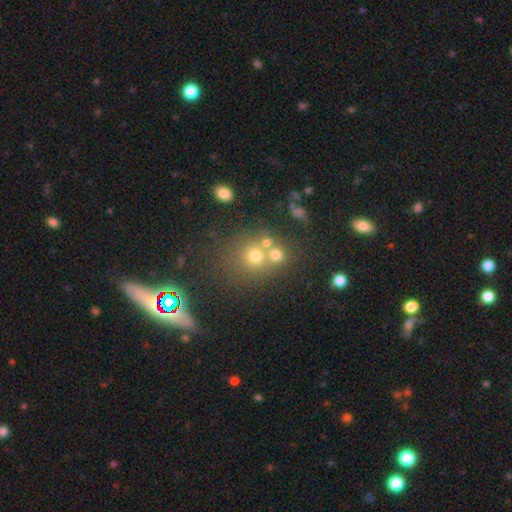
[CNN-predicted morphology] A smooth galaxy with no disk features (63%) that is round (83%). Merging: none (51%).